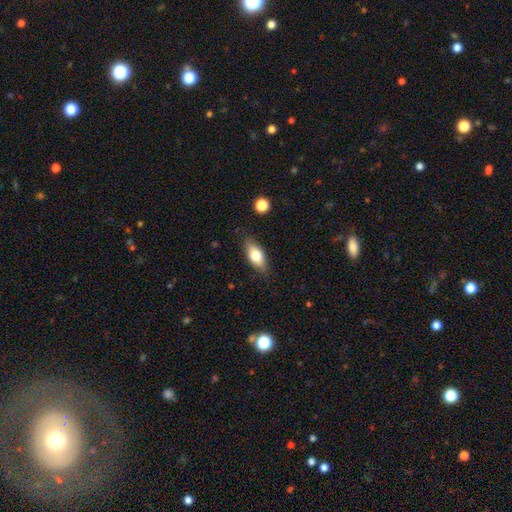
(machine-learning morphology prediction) A smooth galaxy with no disk features (71%) that is in between round and cigar-shaped (83%).

Vote fractions:
- Smooth or featured? smooth: 71% / featured or disk: 22% / star or artifact: 7%
- How rounded? in between: 83% / cigar-shaped: 13% / round: 4%
- Merging? none: 83% / minor disturbance: 13% / major disturbance: 3% / merger: 1%